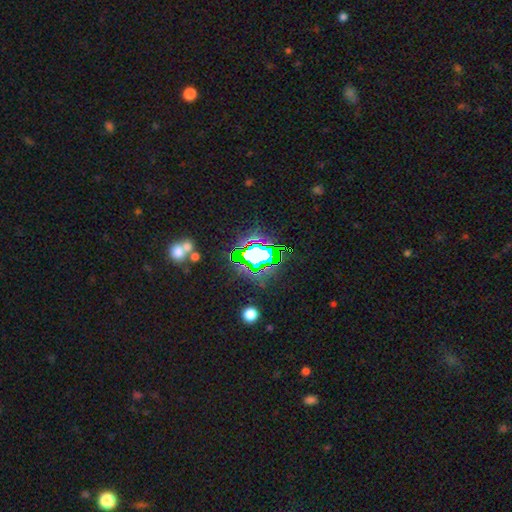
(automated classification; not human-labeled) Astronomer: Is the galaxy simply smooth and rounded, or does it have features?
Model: star or artifact — 68%.